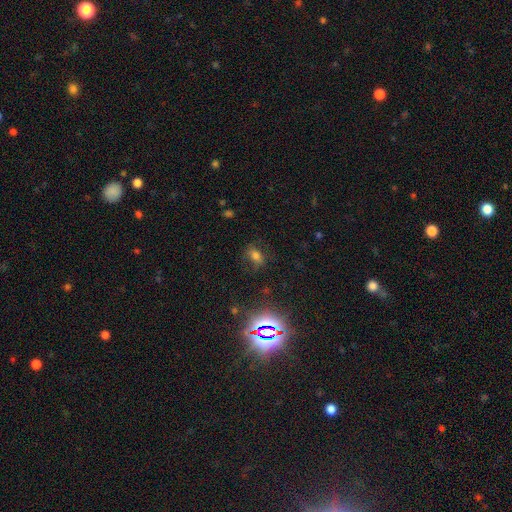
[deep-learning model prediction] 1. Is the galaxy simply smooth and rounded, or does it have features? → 59% smooth, 28% star or artifact, 13% featured or disk.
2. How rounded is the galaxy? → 76% in between, 21% round, 4% cigar-shaped.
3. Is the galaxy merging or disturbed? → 72% none, 17% minor disturbance, 9% major disturbance, 2% merger.